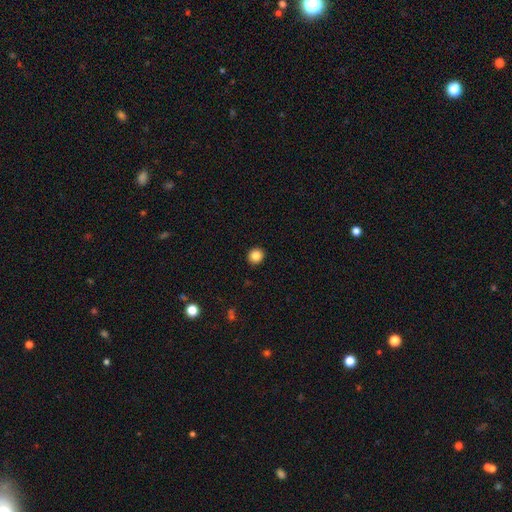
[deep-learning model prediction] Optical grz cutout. It shows a smooth galaxy with no disk features (85%) that is round (88%). Merging: none (93%).